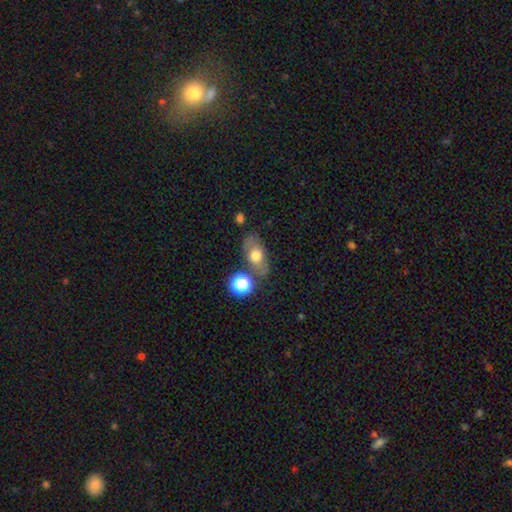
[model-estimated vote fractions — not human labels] Q: Smooth or featured?
A: smooth (61%); runner-up: featured or disk (28%)
Q: How rounded?
A: in between (78%); runner-up: round (17%)
Q: Merging?
A: none (69%); runner-up: minor disturbance (16%)